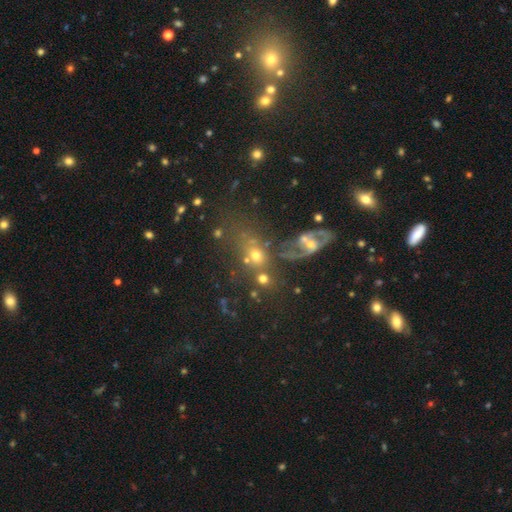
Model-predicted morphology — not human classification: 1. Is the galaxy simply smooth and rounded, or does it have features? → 46% smooth, 28% star or artifact, 26% featured or disk.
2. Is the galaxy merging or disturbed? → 40% none, 35% merger, 14% minor disturbance, 12% major disturbance.